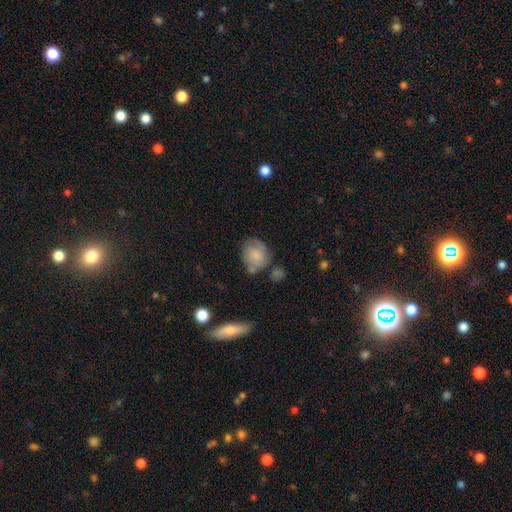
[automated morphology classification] Smooth or featured? Predicted: smooth (p=0.74). How rounded? Predicted: round (p=0.63). Merging? Predicted: none (p=0.52).